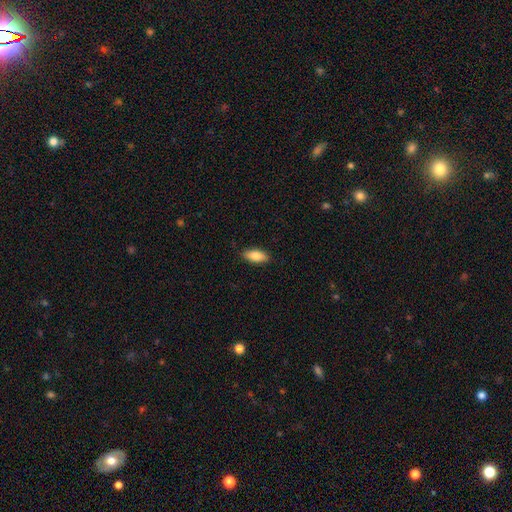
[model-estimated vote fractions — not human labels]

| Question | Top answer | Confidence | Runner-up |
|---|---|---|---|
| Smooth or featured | smooth | 82% | featured or disk (12%) |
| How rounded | in between | 84% | cigar-shaped (14%) |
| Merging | none | 89% | minor disturbance (8%) |